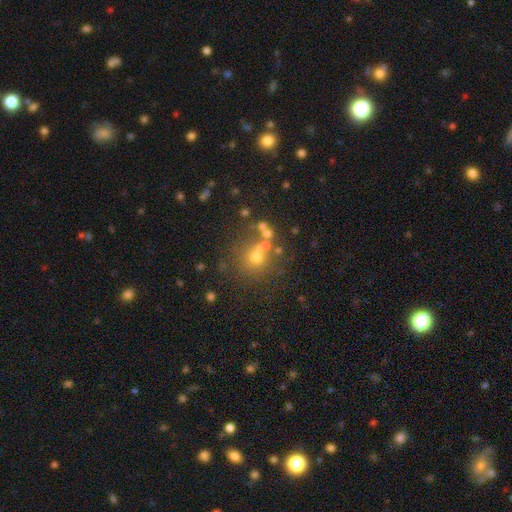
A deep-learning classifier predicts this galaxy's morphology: A smooth galaxy with no disk features (55%) that is round (86%). Merging: none (59%).